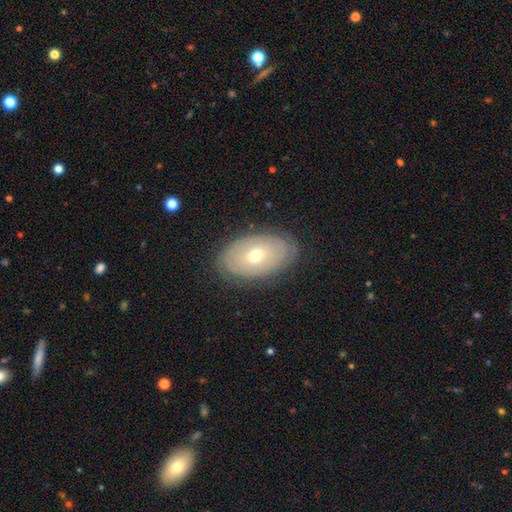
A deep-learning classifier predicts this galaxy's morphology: Smooth or featured?
  - featured or disk: 54% *
  - smooth: 39%
  - star or artifact: 7%
Edge-on disk?
  - no: 91% *
  - yes: 9%
Merging?
  - none: 81% *
  - minor disturbance: 13%
  - major disturbance: 4%
  - merger: 1%